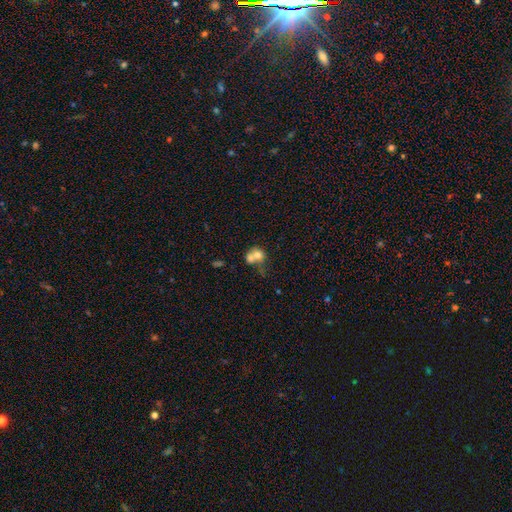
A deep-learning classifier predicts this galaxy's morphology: smooth-or-featured: smooth: 68% | featured or disk: 22% | star or artifact: 10%
  how-rounded: round: 68% | in between: 31% | cigar-shaped: 1%
  merging: merger: 66% | none: 20% | minor disturbance: 7% | major disturbance: 6%